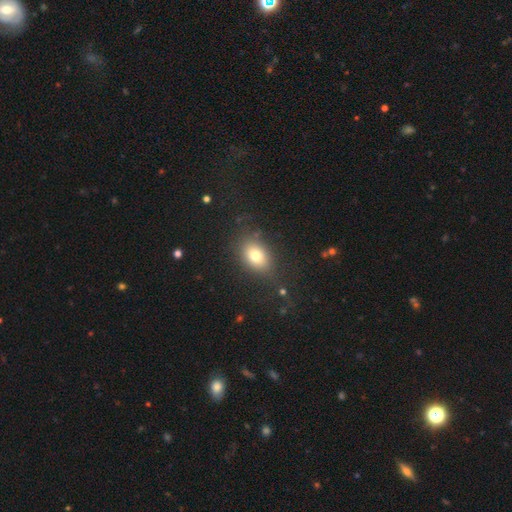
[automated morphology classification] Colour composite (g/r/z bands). It shows a smooth galaxy with no disk features (76%) that is in between round and cigar-shaped (72%). Merging: none (78%).